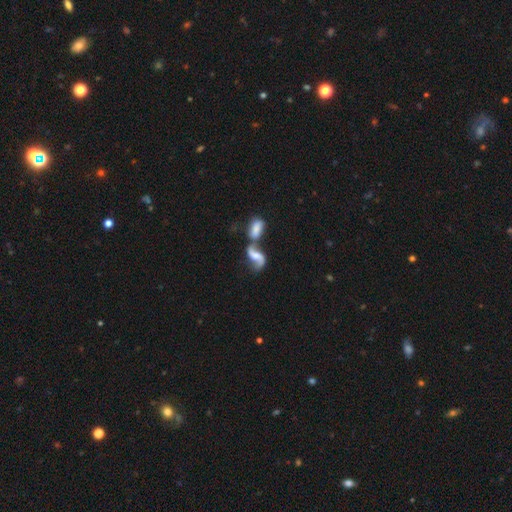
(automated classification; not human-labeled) A featured or disk galaxy (66%) with a weak bar (40%), 2 (84%) loose (76%) spiral arms (87%) and a moderate central bulge (35%).

Vote fractions:
- Smooth or featured? featured or disk: 66% / smooth: 26% / star or artifact: 8%
- Edge-on disk? no: 95% / yes: 5%
- Bar? weak: 40% / no: 38% / strong: 22%
- Spiral arms? yes: 87% / no: 13%
- Spiral winding? loose: 76% / medium: 19% / tight: 5%
- Spiral arm count? 2: 84% / 1: 8% / can't tell: 5% / 3: 1% / 4: 1% / more than 4: 1%
- Bulge size? moderate: 35% / small: 28% / none: 22% / large: 12% / dominant: 3%
- Merging? merger: 64% / none: 21% / minor disturbance: 8% / major disturbance: 7%